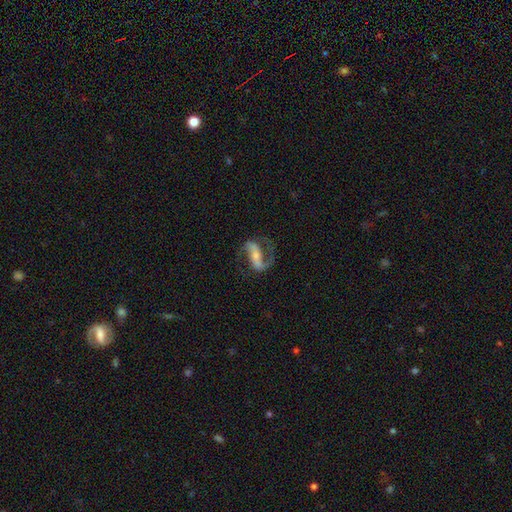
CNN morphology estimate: Smooth or featured?
  - featured or disk: 84% *
  - smooth: 11%
  - star or artifact: 5%
Edge-on disk?
  - no: 95% *
  - yes: 5%
Bar?
  - strong: 54% *
  - weak: 26%
  - no: 20%
Spiral arms?
  - yes: 94% *
  - no: 6%
Spiral winding?
  - medium: 44% * (tied)
  - loose: 44% * (tied)
  - tight: 12%
Spiral arm count?
  - 2: 86% *
  - 1: 9%
  - can't tell: 3%
  - 3: 1%
  - 4: 1%
  - more than 4: 1%
Bulge size?
  - small: 54% *
  - moderate: 35%
  - none: 6%
  - large: 5%
  - dominant: 2%
Merging?
  - none: 68% *
  - major disturbance: 15%
  - minor disturbance: 15%
  - merger: 2%